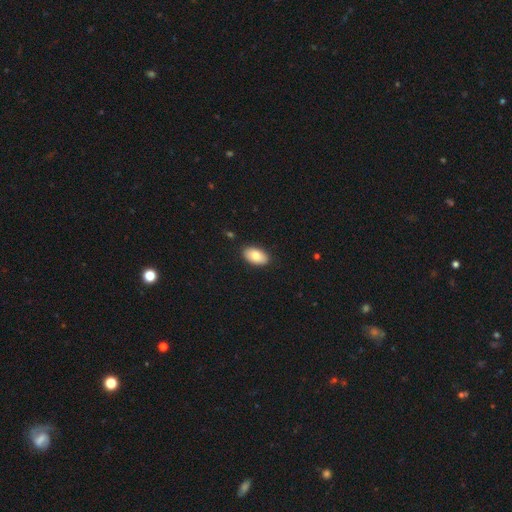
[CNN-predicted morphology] smooth_or_featured: smooth (p=0.80) [alt: featured or disk p=0.13]
how_rounded: in between (p=0.94) [alt: round p=0.04]
merging: none (p=0.89) [alt: minor disturbance p=0.08]